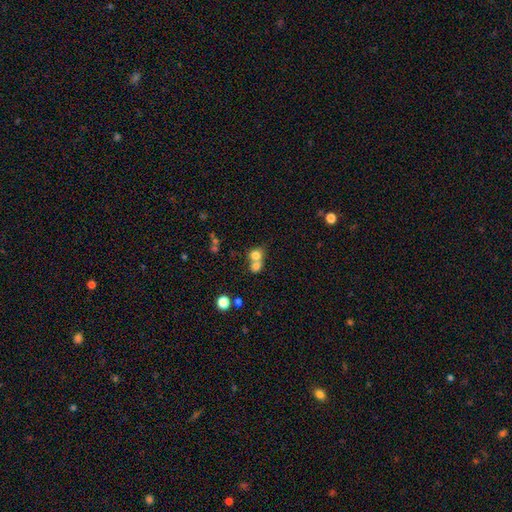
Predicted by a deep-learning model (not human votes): This is likely a smooth galaxy (74%). How rounded: likely round (73%). Merging: likely merger (61%).